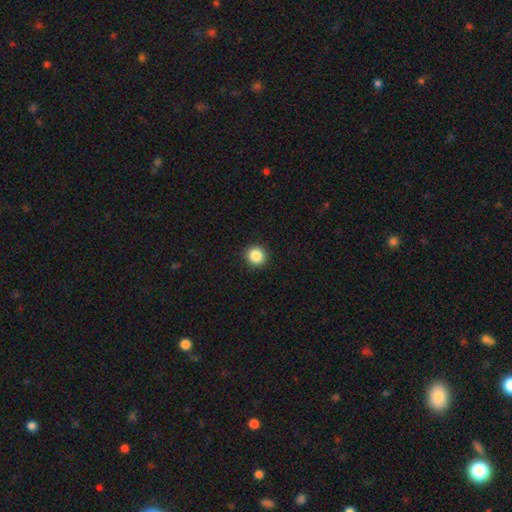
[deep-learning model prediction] Smooth or featured?
  - smooth: 86% *
  - star or artifact: 10%
  - featured or disk: 4%
How rounded?
  - round: 93% *
  - in between: 6%
  - cigar-shaped: 1%
Merging?
  - none: 92% *
  - minor disturbance: 5%
  - major disturbance: 2%
  - merger: 1%